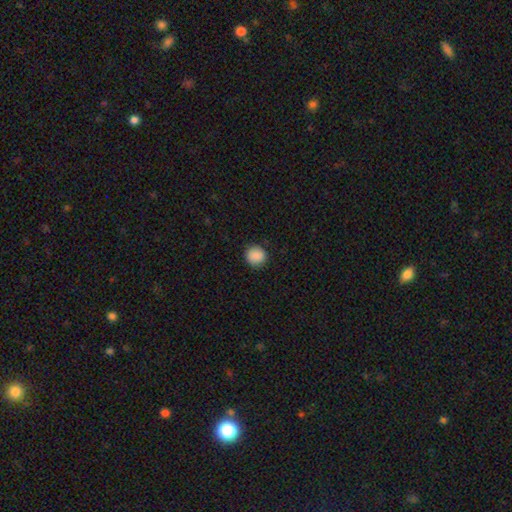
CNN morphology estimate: Q: Smooth or featured?
A: smooth (89%); runner-up: star or artifact (8%)
Q: How rounded?
A: round (89%); runner-up: in between (10%)
Q: Merging?
A: none (89%); runner-up: minor disturbance (8%)